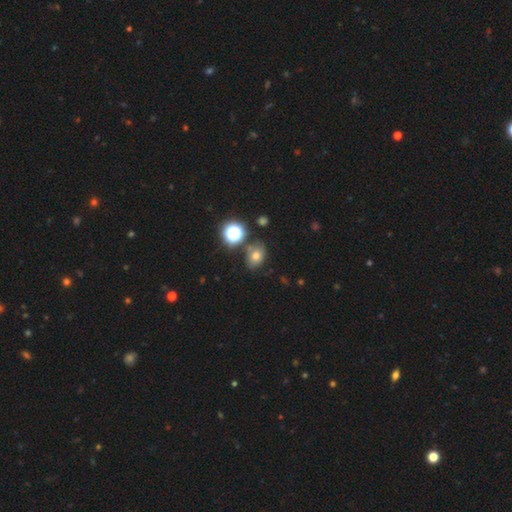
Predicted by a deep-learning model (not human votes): Smooth or featured? Predicted: smooth (p=0.67). How rounded? Predicted: in between (p=0.60). Merging? Predicted: none (p=0.72).